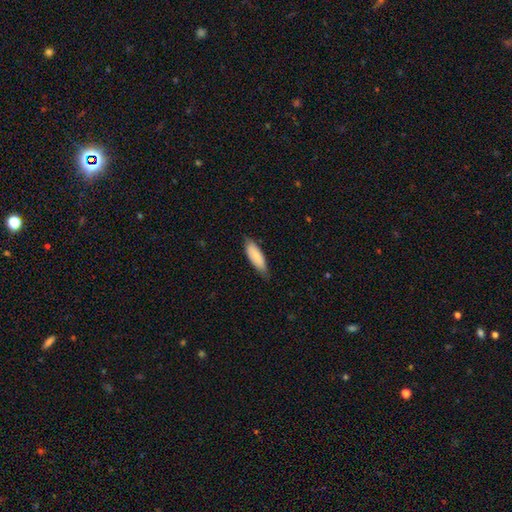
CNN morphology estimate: type=smooth (80%); roundness=in between (64%); merging=none (72%).